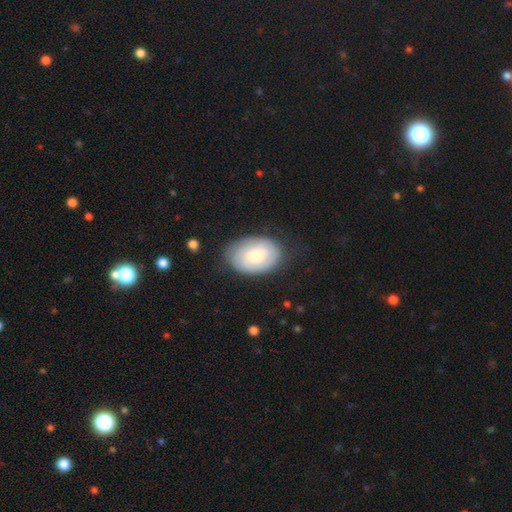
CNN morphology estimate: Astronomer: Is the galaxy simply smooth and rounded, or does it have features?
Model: smooth — 59% (runner-up: featured or disk, 35%).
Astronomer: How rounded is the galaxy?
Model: in between — 80%.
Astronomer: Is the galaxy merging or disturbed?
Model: none — 74%.